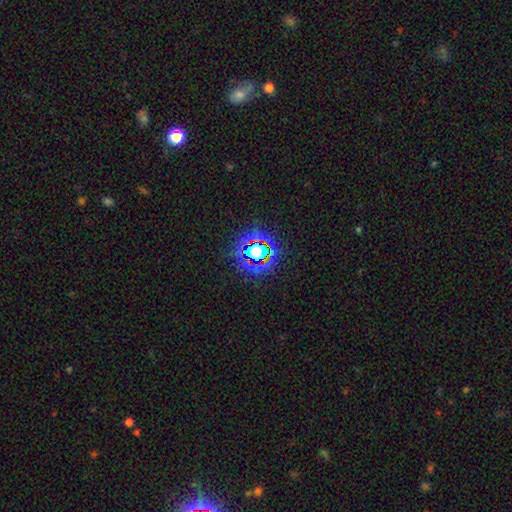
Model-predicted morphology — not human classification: Q: Smooth or featured?
A: star or artifact (77%); runner-up: smooth (14%)